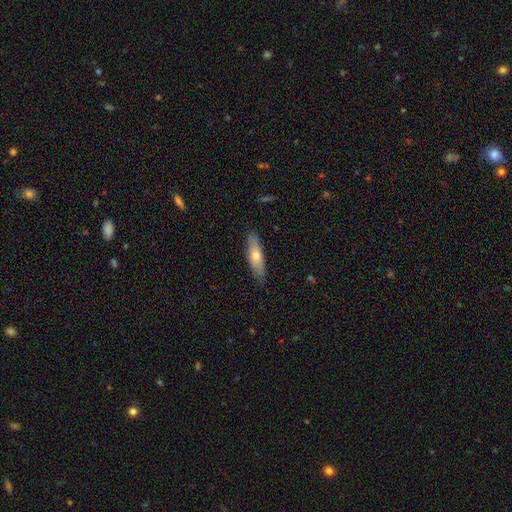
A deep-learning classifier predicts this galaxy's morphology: Smooth or featured? smooth (61%)
How rounded? cigar-shaped (60%)
Merging? none (86%)